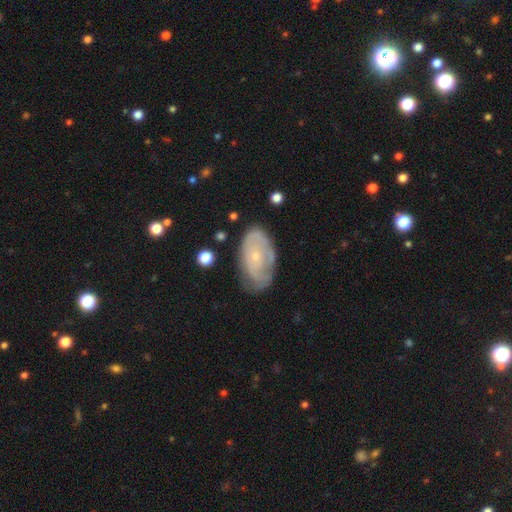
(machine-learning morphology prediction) smooth-or-featured: featured or disk: 61% | smooth: 33% | star or artifact: 7%
  disk-edge-on: no: 94% | yes: 6%
    bar: no: 84% | weak: 13% | strong: 3%
    has-spiral-arms: yes: 59% | no: 41%
    bulge-size: small: 79% | moderate: 17% | none: 2% | large: 1% | dominant: 1%
  merging: none: 64% | minor disturbance: 25% | major disturbance: 9% | merger: 2%